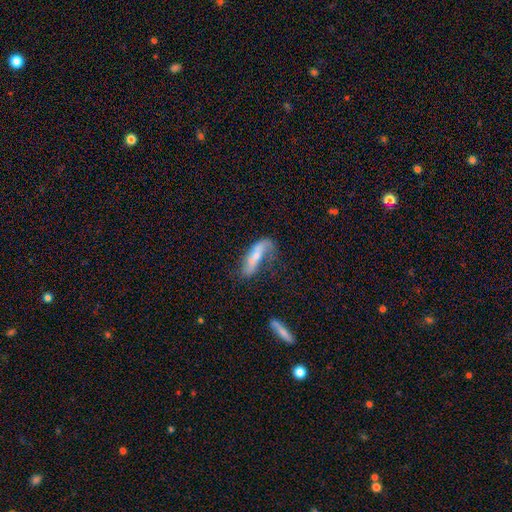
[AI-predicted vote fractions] Smooth or featured: featured or disk — 48% (smooth — 45%)
Merging: none — 39% (minor disturbance — 29%)